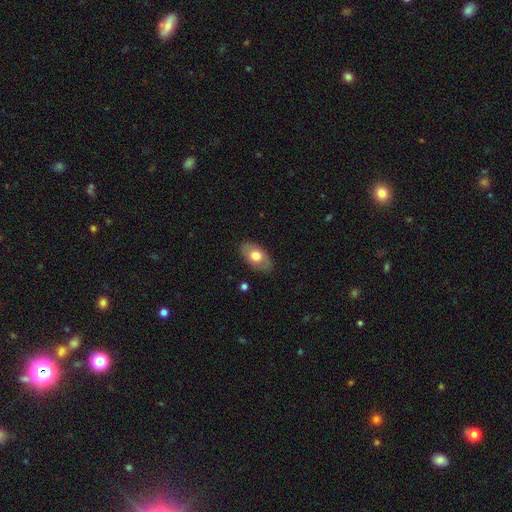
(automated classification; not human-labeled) smooth 69%, featured or disk 25%, star or artifact 6%. Down the decision tree: how rounded — in between (92%); merging — none (84%).